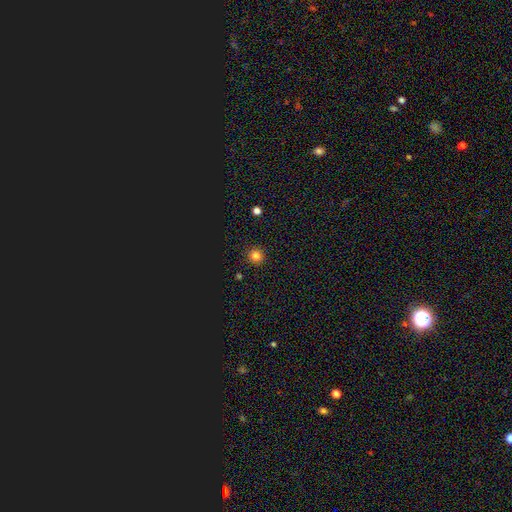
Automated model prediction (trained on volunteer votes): Overall: smooth (80%). How rounded: round (93%). Merging: none (91%).